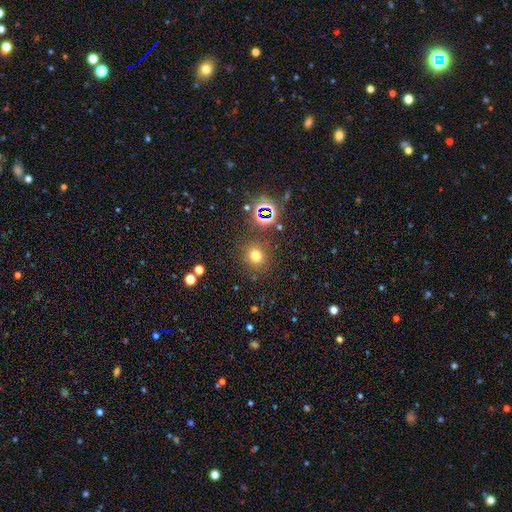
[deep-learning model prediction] smooth 67%, star or artifact 25%, featured or disk 8%. Down the decision tree: how rounded — round (83%); merging — none (84%).